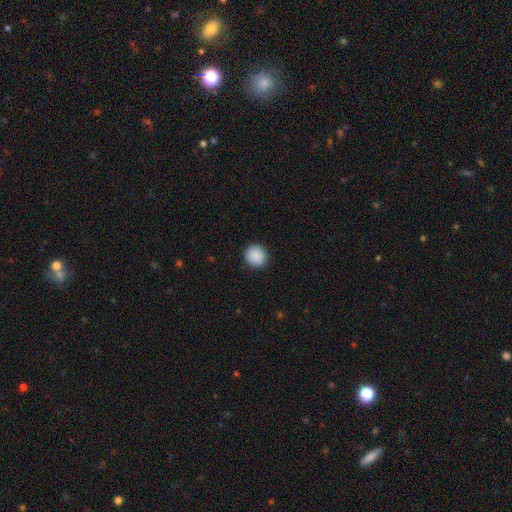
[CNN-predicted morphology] Q: Smooth or featured?
A: smooth (89%); runner-up: star or artifact (8%)
Q: How rounded?
A: round (92%); runner-up: in between (7%)
Q: Merging?
A: none (91%); runner-up: minor disturbance (6%)